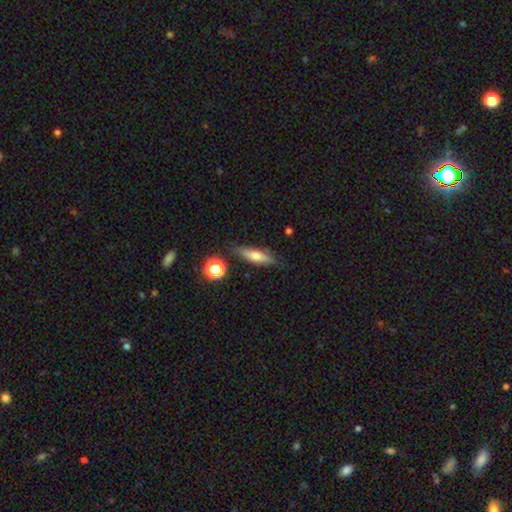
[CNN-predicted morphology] Overall: smooth (61%; featured or disk 31%). How rounded: cigar-shaped (60%; in between 36%). Merging: none (80%).